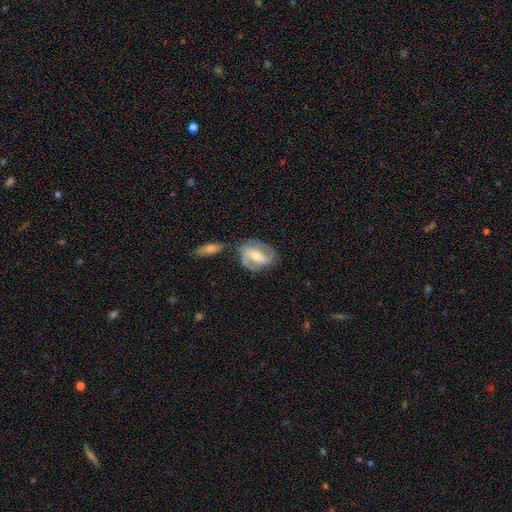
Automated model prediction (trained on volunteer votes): smooth_or_featured: featured or disk (p=0.81) [alt: smooth p=0.14]
disk_edge_on: no (p=0.96) [alt: yes p=0.04]
bar: weak (p=0.38) [tied with: strong p=0.38]
has_spiral_arms: yes (p=0.92) [alt: no p=0.08]
spiral_winding: medium (p=0.49) [alt: tight p=0.32]
spiral_arm_count: 2 (p=0.82) [alt: can't tell p=0.07]
bulge_size: moderate (p=0.54) [alt: small p=0.40]
merging: none (p=0.64) [alt: minor disturbance p=0.17]